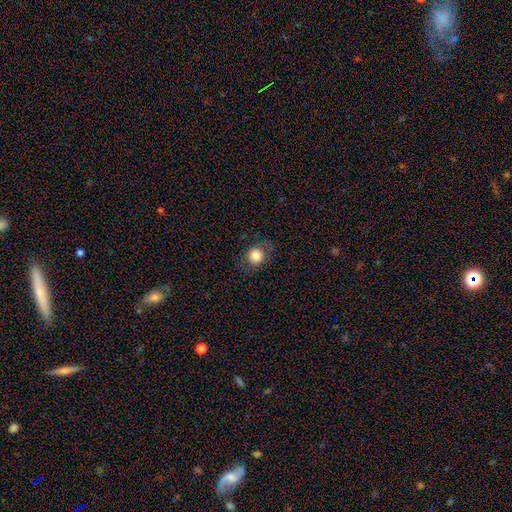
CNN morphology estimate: Smooth or featured: smooth — 80% (featured or disk — 11%)
How rounded: round — 80% (in between — 19%)
Merging: none — 80% (minor disturbance — 13%)